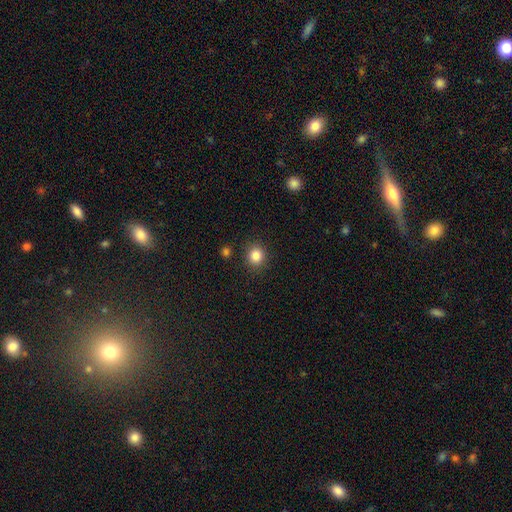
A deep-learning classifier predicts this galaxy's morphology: Smooth or featured?
  - smooth: 84% *
  - star or artifact: 11%
  - featured or disk: 5%
How rounded?
  - round: 85% *
  - in between: 14%
  - cigar-shaped: 1%
Merging?
  - none: 88% *
  - minor disturbance: 7%
  - major disturbance: 2%
  - merger: 2%